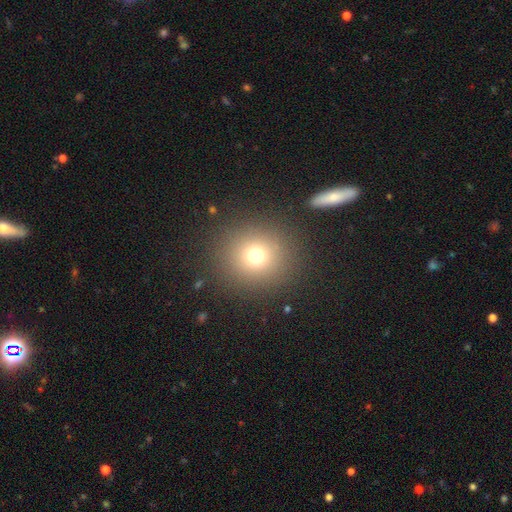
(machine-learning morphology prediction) A smooth galaxy with no disk features (72%) that is round (88%). Merging: none (88%).